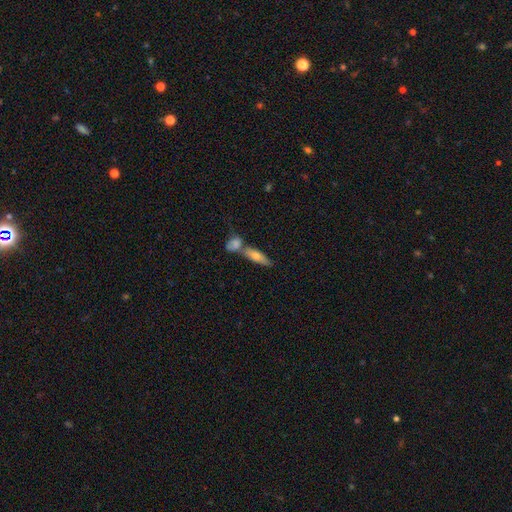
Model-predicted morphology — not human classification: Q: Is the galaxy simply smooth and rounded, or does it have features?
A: smooth — 58%.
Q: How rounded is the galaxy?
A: cigar-shaped — 54%.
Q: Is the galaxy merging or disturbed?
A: none — 44%.